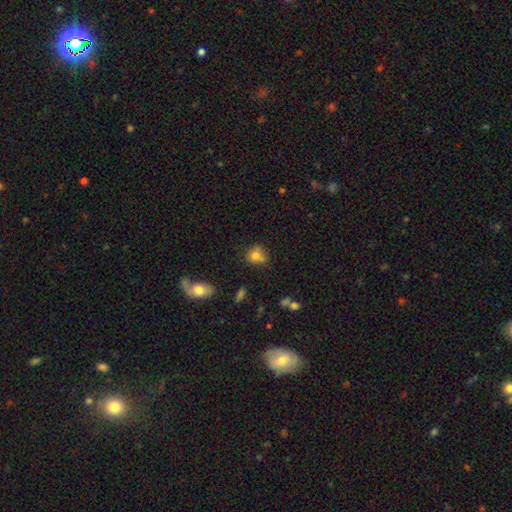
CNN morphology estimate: Smooth or featured? smooth (75%)
How rounded? round (68%)
Merging? none (56%)